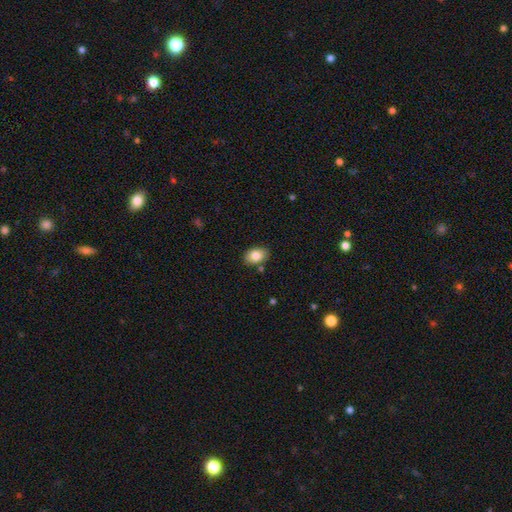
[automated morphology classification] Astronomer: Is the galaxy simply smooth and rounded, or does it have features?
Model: smooth — 83%.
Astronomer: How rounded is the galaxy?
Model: in between — 81%.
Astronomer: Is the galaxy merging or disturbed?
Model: none — 83%.